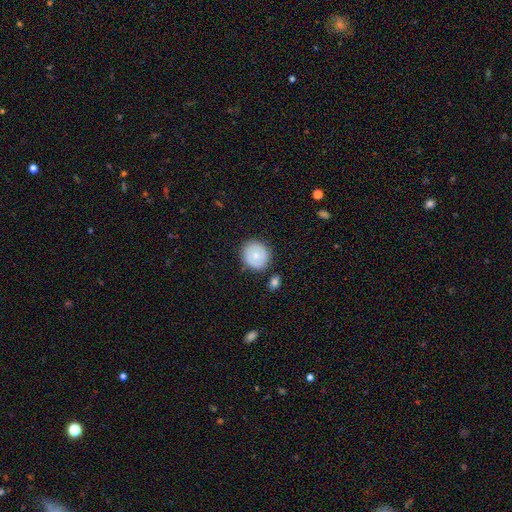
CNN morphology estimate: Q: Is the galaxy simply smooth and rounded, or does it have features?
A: smooth — 66%.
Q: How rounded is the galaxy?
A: round — 83%.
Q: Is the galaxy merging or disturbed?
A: none — 80%.